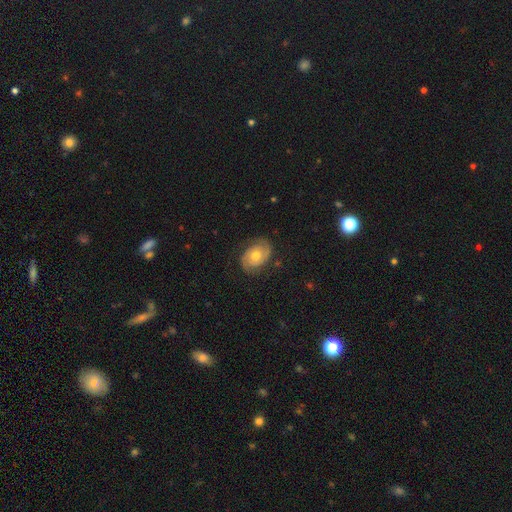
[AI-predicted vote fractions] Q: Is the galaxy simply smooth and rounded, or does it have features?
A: featured or disk — 75%.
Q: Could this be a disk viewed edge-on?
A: no — 97%.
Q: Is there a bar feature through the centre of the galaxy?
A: no — 75%.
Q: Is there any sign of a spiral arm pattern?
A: yes — 91%.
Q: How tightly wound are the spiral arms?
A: tight — 56%.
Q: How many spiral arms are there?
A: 2 — 85%.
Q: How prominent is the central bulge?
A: moderate — 75%.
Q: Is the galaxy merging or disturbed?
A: none — 79%.